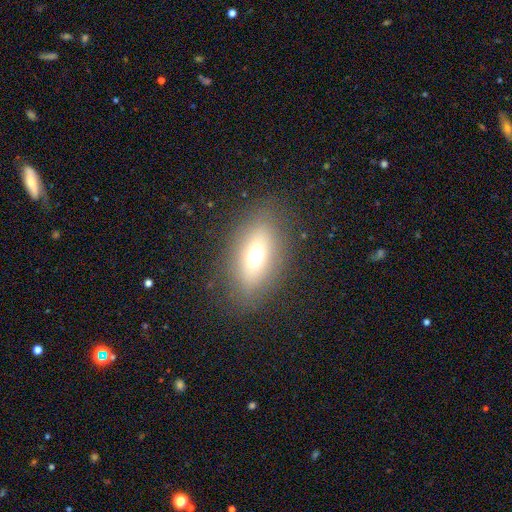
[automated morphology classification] Overall: smooth (62%). How rounded: in between (78%). Merging: none (81%).